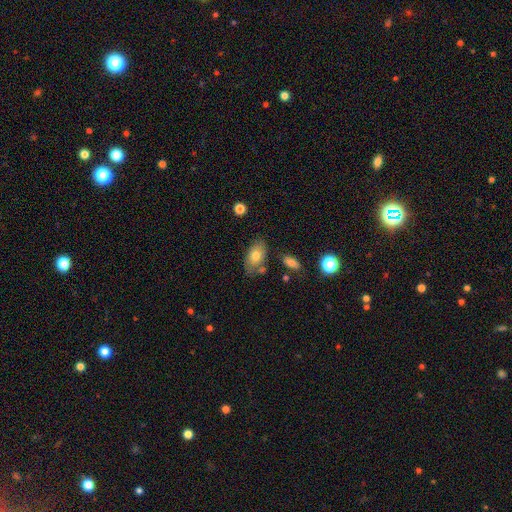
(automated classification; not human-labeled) Smooth or featured? Predicted: smooth (p=0.73). How rounded? Predicted: in between (p=0.91). Merging? Predicted: none (p=0.70).